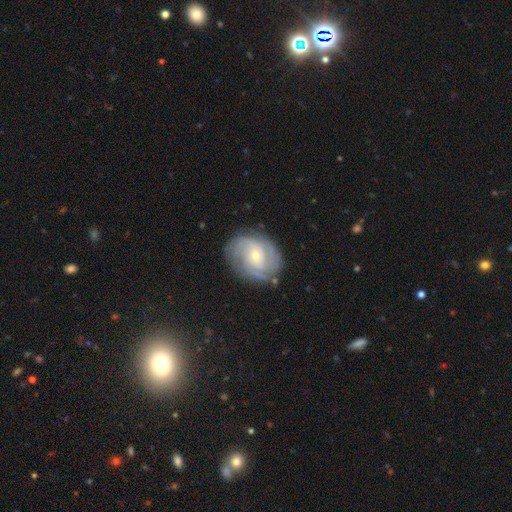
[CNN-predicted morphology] This appears to be a featured or disk galaxy (76%) with no bar (61%), tight (58%) spiral arms (90%) and a small central bulge (63%). Merging: none (77%).